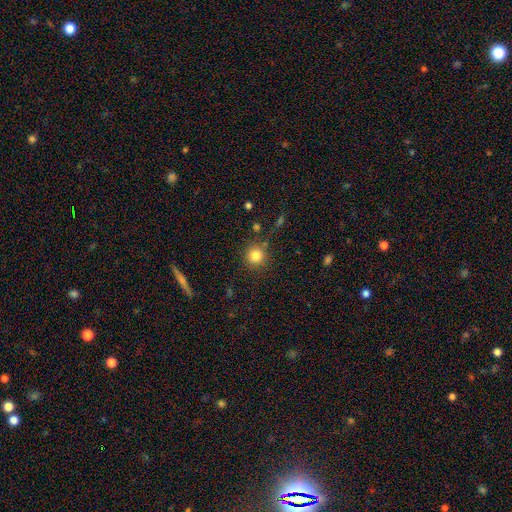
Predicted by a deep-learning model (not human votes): smooth_or_featured: smooth (p=0.82) [alt: star or artifact p=0.12]
how_rounded: round (p=0.93) [alt: in between p=0.06]
merging: none (p=0.82) [alt: minor disturbance p=0.09]